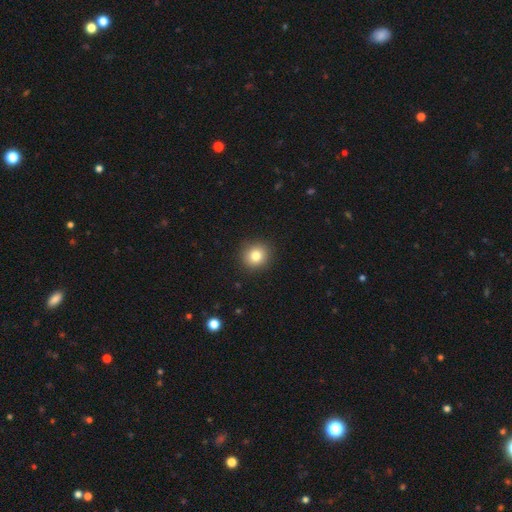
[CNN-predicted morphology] Smooth or featured: smooth — 81% (star or artifact — 11%)
How rounded: round — 88% (in between — 11%)
Merging: none — 91% (minor disturbance — 6%)